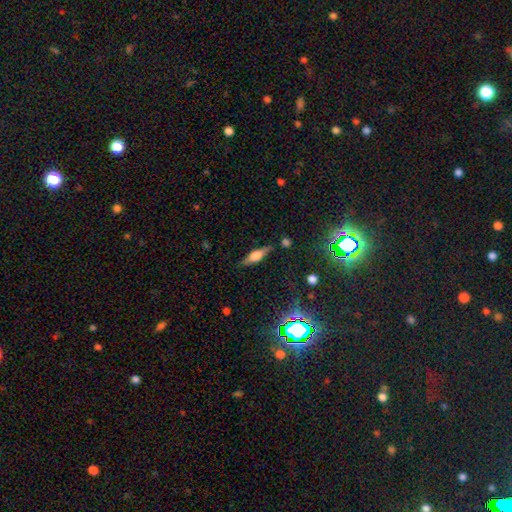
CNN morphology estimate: featured or disk 53%, smooth 38%, star or artifact 9%. Down the decision tree: edge-on disk — yes (93%); merging — none (80%).